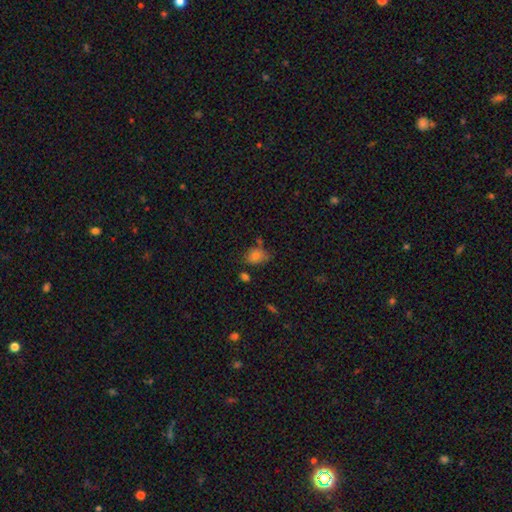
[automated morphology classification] Q: Smooth or featured?
A: smooth (77%); runner-up: star or artifact (12%)
Q: How rounded?
A: in between (66%); runner-up: round (33%)
Q: Merging?
A: none (58%); runner-up: minor disturbance (27%)